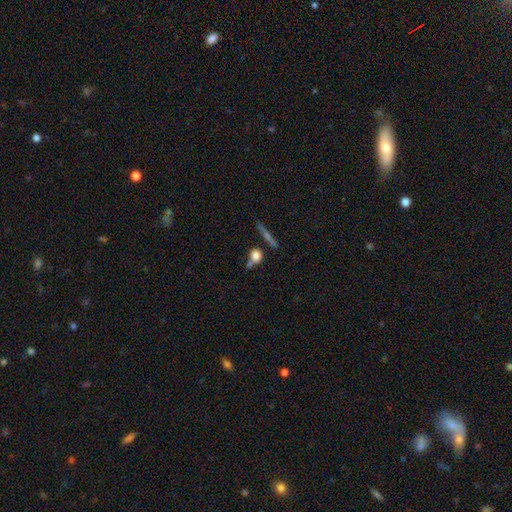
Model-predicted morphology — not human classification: smooth-or-featured: smooth: 69% | featured or disk: 18% | star or artifact: 14%
  how-rounded: round: 72% | in between: 19% | cigar-shaped: 8%
  merging: none: 56% | merger: 20% | minor disturbance: 15% | major disturbance: 9%